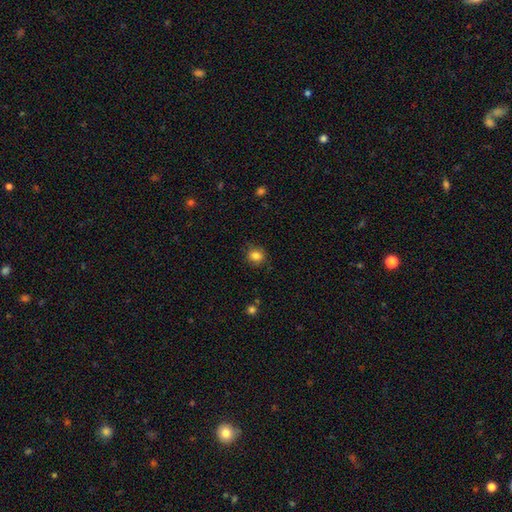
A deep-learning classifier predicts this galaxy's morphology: Smooth or featured? smooth (83%)
How rounded? round (77%)
Merging? none (82%)